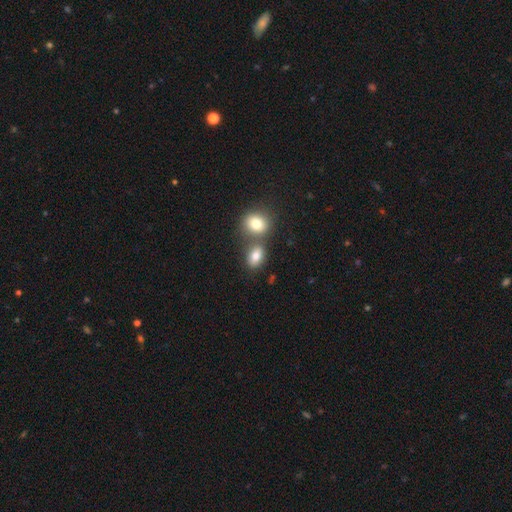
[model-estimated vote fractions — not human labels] Smooth or featured? Predicted: smooth (p=0.81). How rounded? Predicted: in between (p=0.74). Merging? Predicted: none (p=0.49).